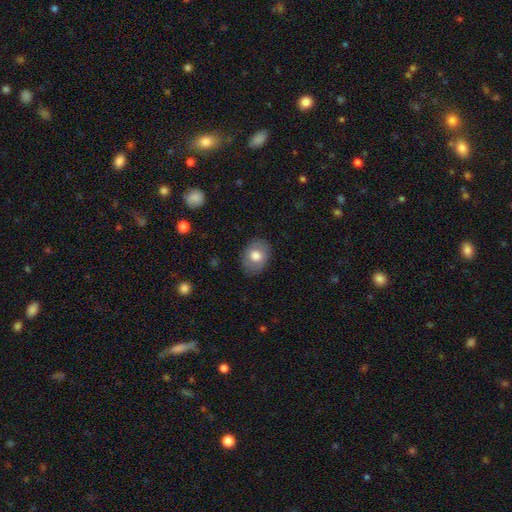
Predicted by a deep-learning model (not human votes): This is likely a smooth galaxy (73%). How rounded: likely in between (65%). Merging: clearly none (82%).